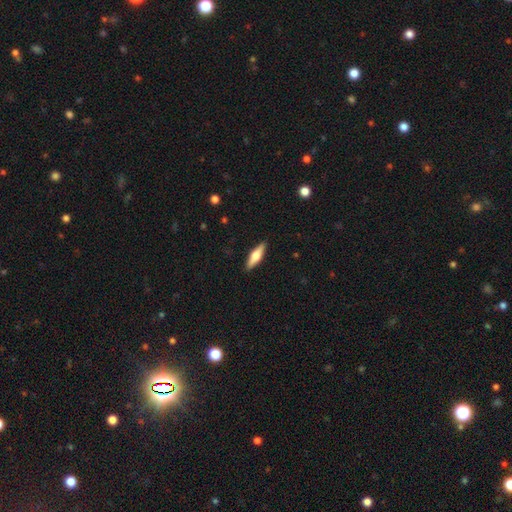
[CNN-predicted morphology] smooth-or-featured: featured or disk: 48% | smooth: 46% | star or artifact: 6%
  merging: none: 90% | minor disturbance: 7% | major disturbance: 2% | merger: 1%